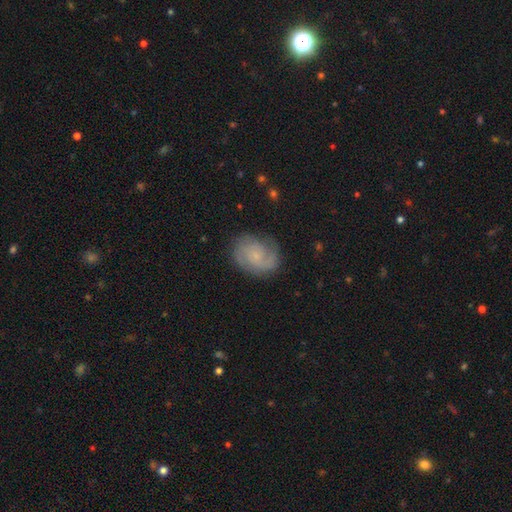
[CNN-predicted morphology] Q: Smooth or featured?
A: featured or disk (70%); runner-up: smooth (22%)
Q: Edge-on disk?
A: no (98%); runner-up: yes (2%)
Q: Bar?
A: no (70%); runner-up: weak (27%)
Q: Spiral arms?
A: yes (95%); runner-up: no (5%)
Q: Spiral winding?
A: medium (42%); tied with: tight (42%)
Q: Spiral arm count?
A: 2 (58%); runner-up: can't tell (18%)
Q: Bulge size?
A: small (64%); runner-up: none (19%)
Q: Merging?
A: none (78%); runner-up: minor disturbance (15%)